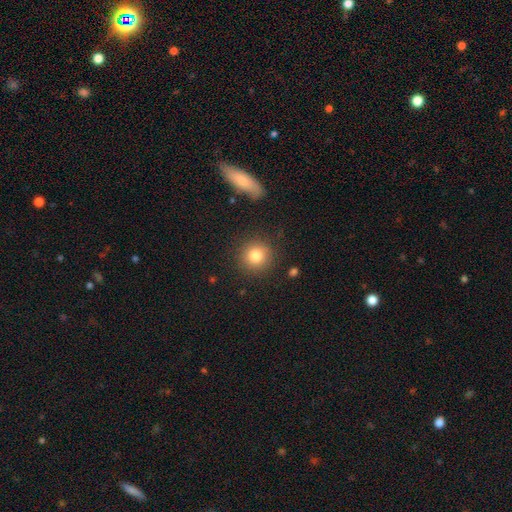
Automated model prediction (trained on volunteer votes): Smooth or featured: smooth — 82% (star or artifact — 10%)
How rounded: round — 91% (in between — 8%)
Merging: none — 87% (minor disturbance — 8%)